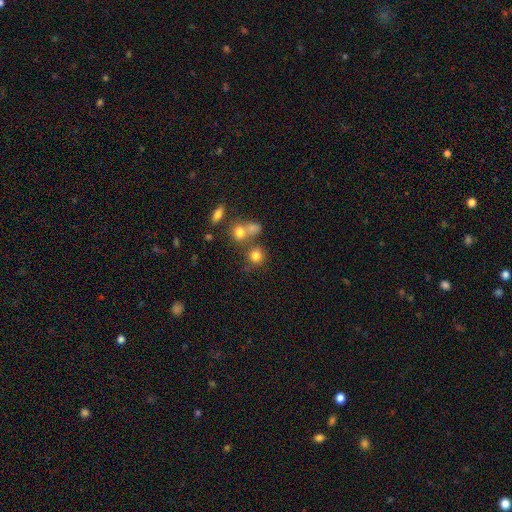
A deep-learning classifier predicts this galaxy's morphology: A smooth galaxy with no disk features (77%) that is round (85%).

Vote fractions:
- Smooth or featured? smooth: 77% / star or artifact: 14% / featured or disk: 9%
- How rounded? round: 85% / in between: 13% / cigar-shaped: 1%
- Merging? none: 64% / merger: 21% / minor disturbance: 10% / major disturbance: 5%